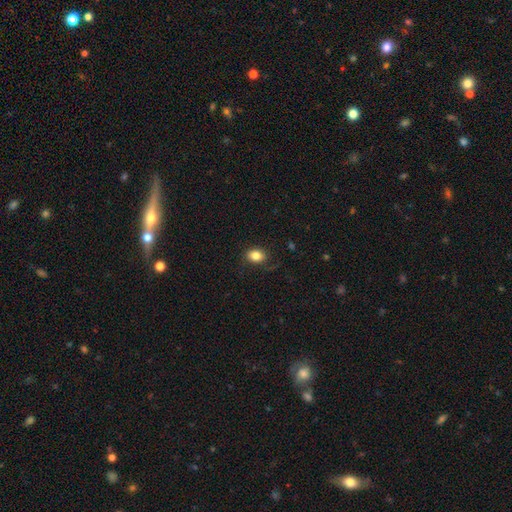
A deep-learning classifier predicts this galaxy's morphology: smooth 84%, star or artifact 9%, featured or disk 7%. Down the decision tree: how rounded — in between (71%); merging — none (80%).